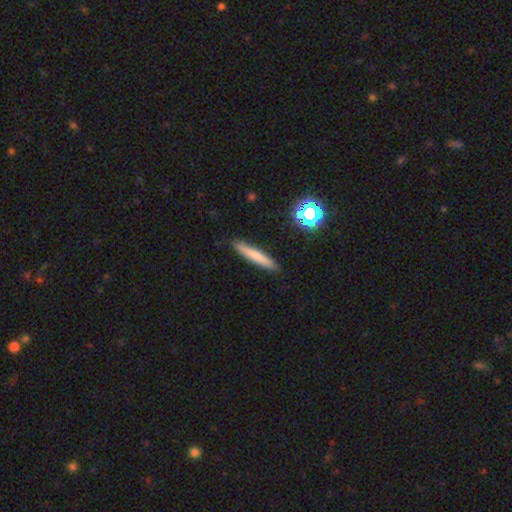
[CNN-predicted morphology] This is likely a smooth galaxy (68%). How rounded: clearly cigar-shaped (93%). Merging: clearly none (88%).